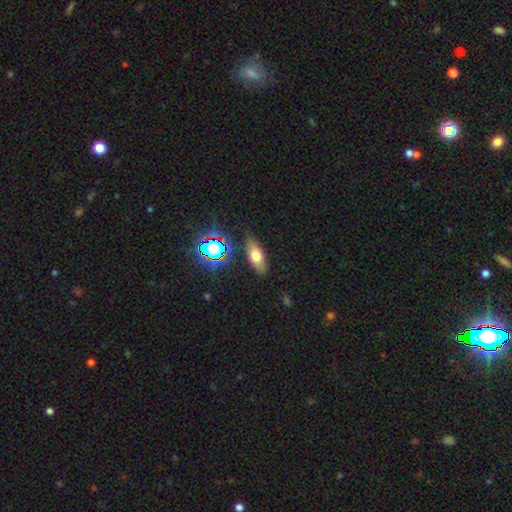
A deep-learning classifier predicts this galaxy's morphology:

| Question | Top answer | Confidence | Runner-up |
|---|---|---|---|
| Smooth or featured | smooth | 59% | featured or disk (26%) |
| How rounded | in between | 70% | cigar-shaped (23%) |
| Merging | none | 83% | minor disturbance (12%) |